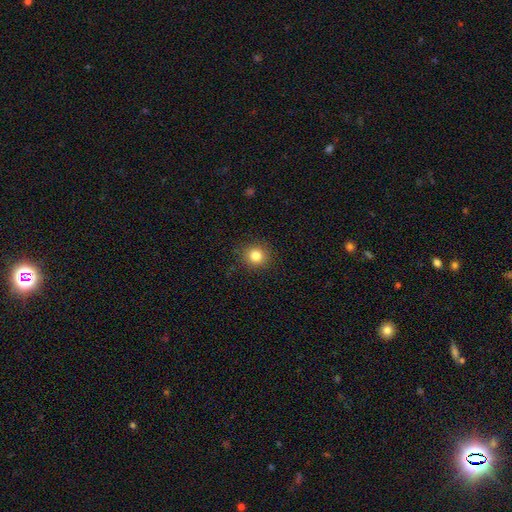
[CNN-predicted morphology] Q: Smooth or featured?
A: smooth (83%); runner-up: star or artifact (11%)
Q: How rounded?
A: round (90%); runner-up: in between (9%)
Q: Merging?
A: none (90%); runner-up: minor disturbance (7%)